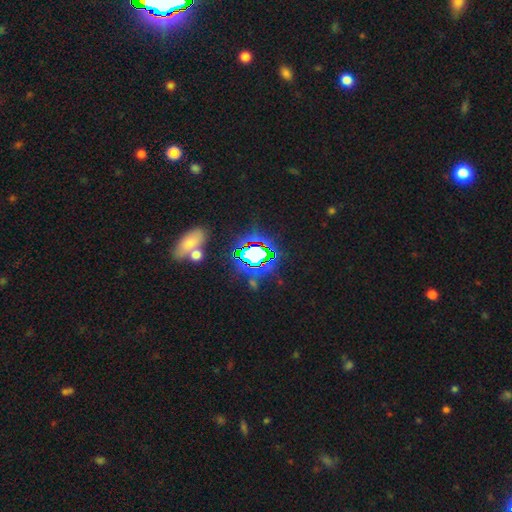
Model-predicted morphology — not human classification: Overall: star or artifact (72%).